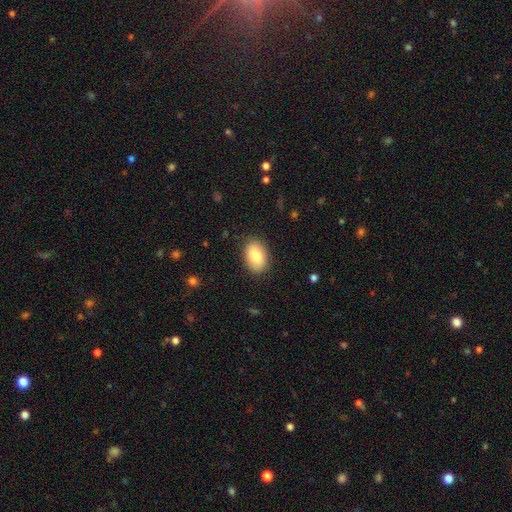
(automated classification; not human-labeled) Smooth or featured: smooth — 83% (featured or disk — 10%)
How rounded: in between — 87% (round — 11%)
Merging: none — 86% (minor disturbance — 10%)